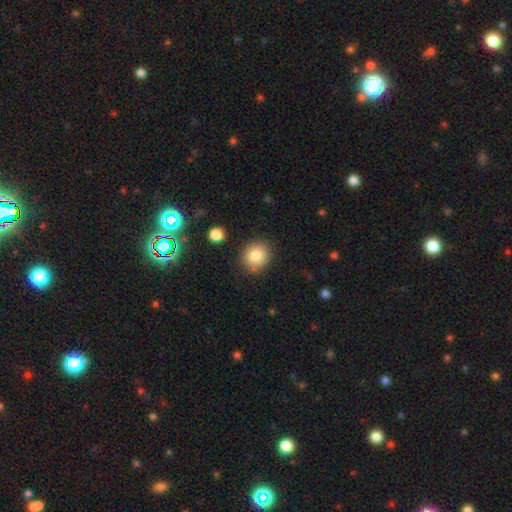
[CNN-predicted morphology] A smooth galaxy with no disk features (84%) that is round (80%).

Vote fractions:
- Smooth or featured? smooth: 84% / star or artifact: 9% / featured or disk: 6%
- How rounded? round: 80% / in between: 19% / cigar-shaped: 1%
- Merging? none: 82% / minor disturbance: 11% / merger: 4% / major disturbance: 3%